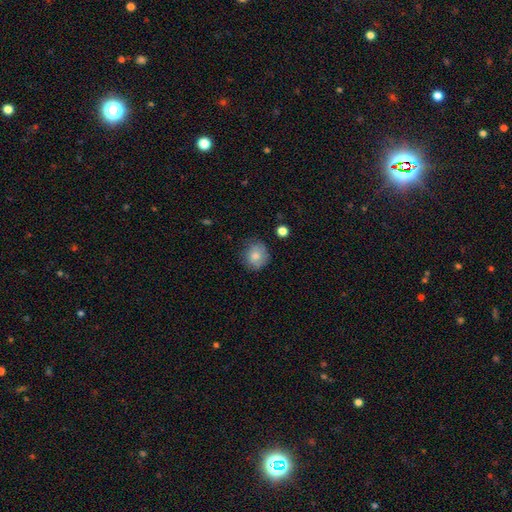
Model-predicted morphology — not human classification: smooth_or_featured: smooth (p=0.79) [alt: featured or disk p=0.12]
how_rounded: round (p=0.82) [alt: in between p=0.17]
merging: none (p=0.73) [alt: minor disturbance p=0.21]